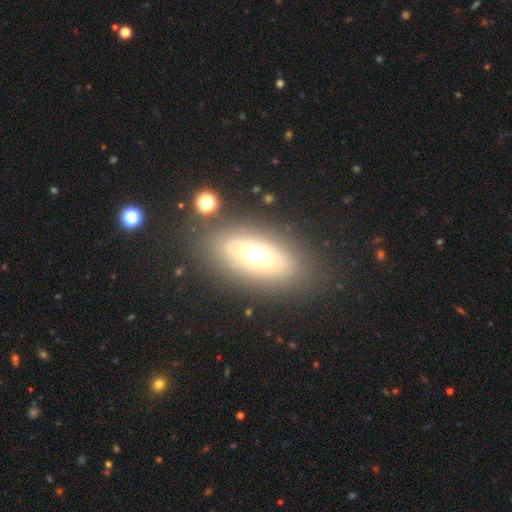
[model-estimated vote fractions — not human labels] Smooth or featured? Predicted: smooth (p=0.45). Merging? Predicted: none (p=0.79).